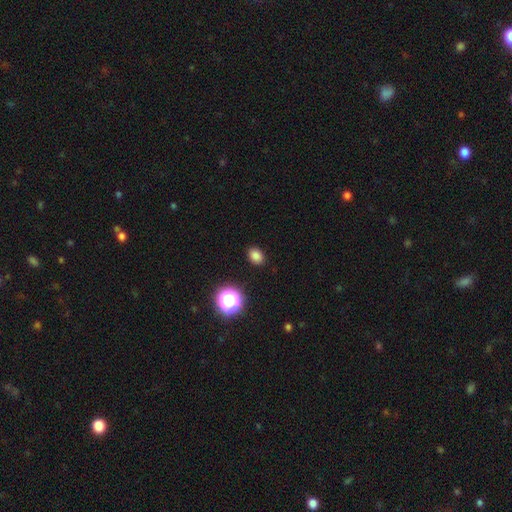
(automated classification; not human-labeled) smooth_or_featured: smooth (p=0.81) [alt: star or artifact p=0.15]
how_rounded: in between (p=0.64) [alt: round p=0.35]
merging: none (p=0.89) [alt: minor disturbance p=0.08]